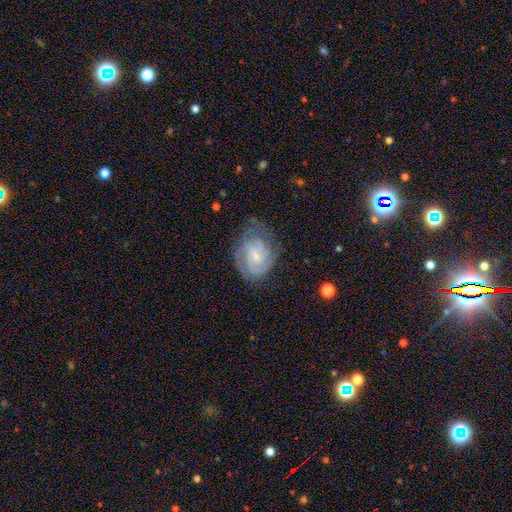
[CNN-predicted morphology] Overall: featured or disk (76%). Edge-on disk: no (98%). Bar: weak (48%; no 43%). Spiral arms: yes (92%). Spiral arm count: can't tell (34%; 2 33%). Spiral winding: tight (57%; medium 34%). Bulge size: small (64%; moderate 26%). Merging: none (57%; minor disturbance 27%).